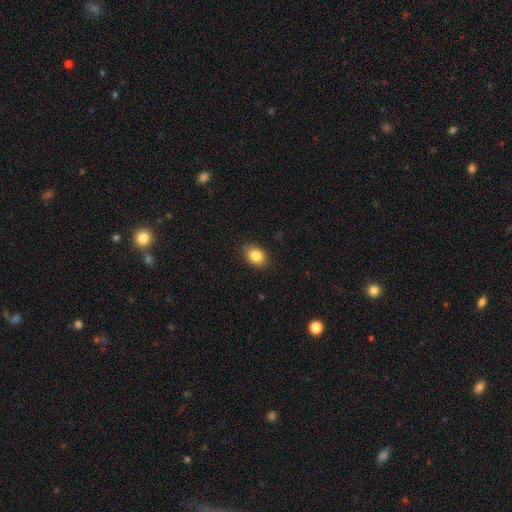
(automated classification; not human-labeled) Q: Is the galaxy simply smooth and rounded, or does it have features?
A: smooth — 85%.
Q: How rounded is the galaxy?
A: in between — 71%.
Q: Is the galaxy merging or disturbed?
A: none — 86%.